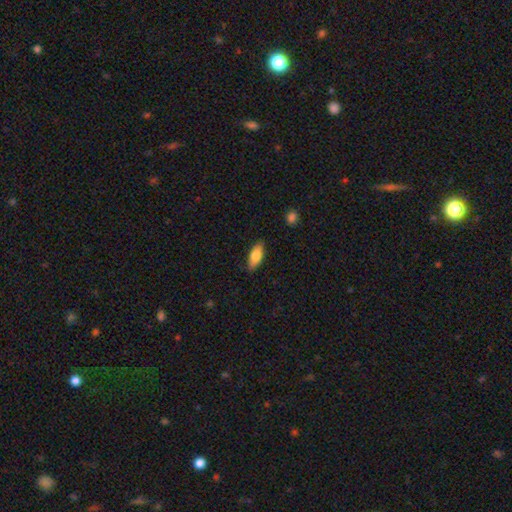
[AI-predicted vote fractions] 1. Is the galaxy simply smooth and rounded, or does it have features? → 79% smooth, 15% featured or disk, 6% star or artifact.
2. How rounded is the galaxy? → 78% in between, 20% cigar-shaped, 2% round.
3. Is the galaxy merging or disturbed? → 83% none, 13% minor disturbance, 2% major disturbance, 1% merger.